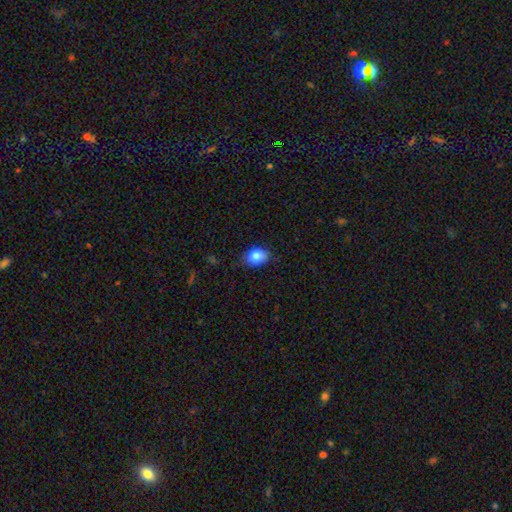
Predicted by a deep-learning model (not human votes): This appears to be a smooth galaxy with no disk features (86%) that is in between round and cigar-shaped (73%). Merging: none (76%).